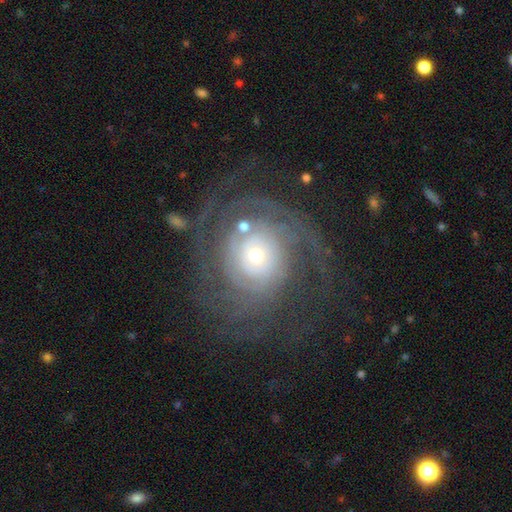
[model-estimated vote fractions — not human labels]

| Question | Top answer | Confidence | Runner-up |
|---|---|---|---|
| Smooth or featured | featured or disk | 85% | smooth (9%) |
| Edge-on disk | no | 97% | yes (3%) |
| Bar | no | 80% | weak (15%) |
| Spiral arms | yes | 94% | no (6%) |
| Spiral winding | tight | 68% | medium (23%) |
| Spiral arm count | can't tell | 33% | 2 (22%) |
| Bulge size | small | 46% | moderate (42%) |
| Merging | none | 66% | major disturbance (17%) |